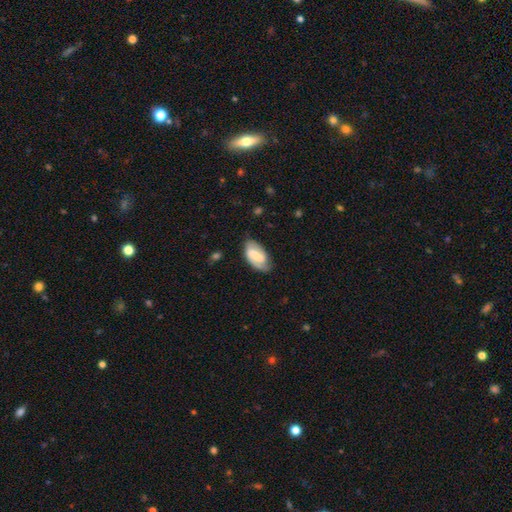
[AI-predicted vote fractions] Smooth or featured? featured or disk (76%)
Edge-on disk? no (96%)
Bar? weak (44%)
Spiral arms? yes (92%)
Spiral winding? medium (45%)
Spiral arm count? 2 (85%)
Bulge size? small (42%)
Merging? none (78%)